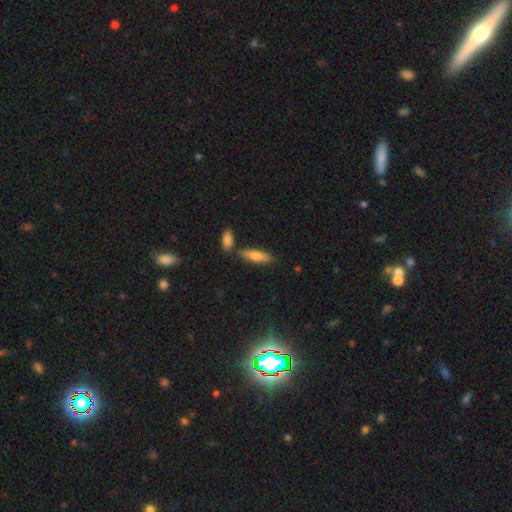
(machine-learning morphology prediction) smooth_or_featured: smooth (p=0.68) [alt: featured or disk p=0.25]
how_rounded: cigar-shaped (p=0.58) [alt: in between p=0.40]
merging: none (p=0.76) [alt: merger p=0.11]